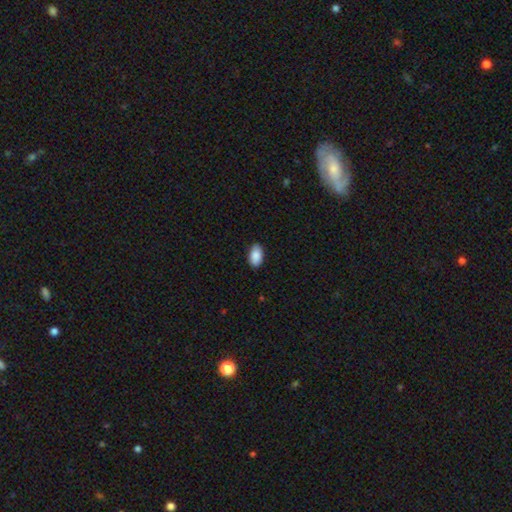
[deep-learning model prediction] Smooth or featured?
  - smooth: 89% *
  - star or artifact: 7%
  - featured or disk: 5%
How rounded?
  - in between: 94% *
  - round: 4%
  - cigar-shaped: 2%
Merging?
  - none: 88% *
  - minor disturbance: 10%
  - major disturbance: 2%
  - merger: 1%